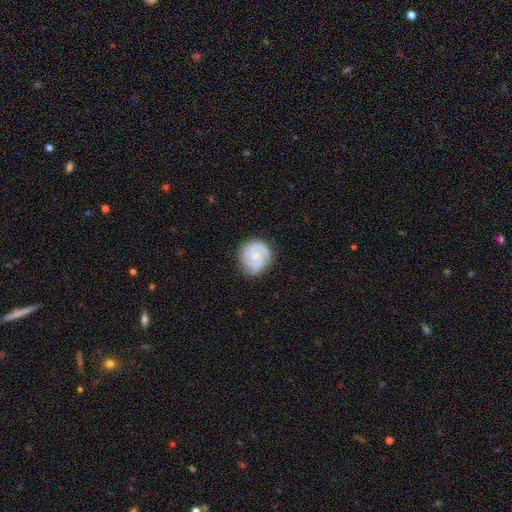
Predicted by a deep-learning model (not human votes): The model was most divided on "spiral winding": tight: 60%, medium: 32%, loose: 8%. More confident: edge-on disk — no (98%); spiral arms — yes (93%); merging — none (81%); smooth or featured — featured or disk (67%); bar — no (65%); spiral arm count — 2 (62%); bulge size — small (61%).